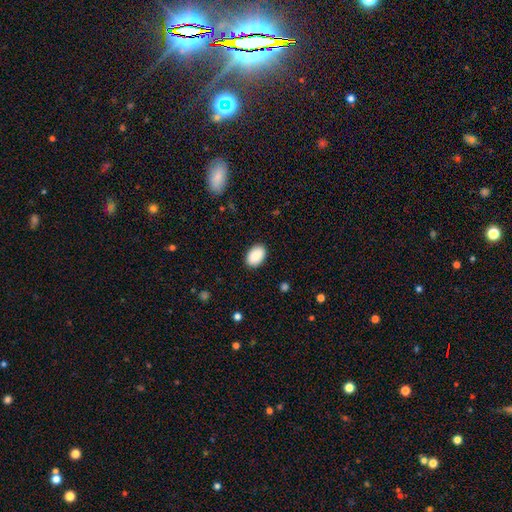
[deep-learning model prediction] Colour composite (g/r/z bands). It shows a smooth galaxy with no disk features (89%) that is in between round and cigar-shaped (89%). Merging: none (89%).